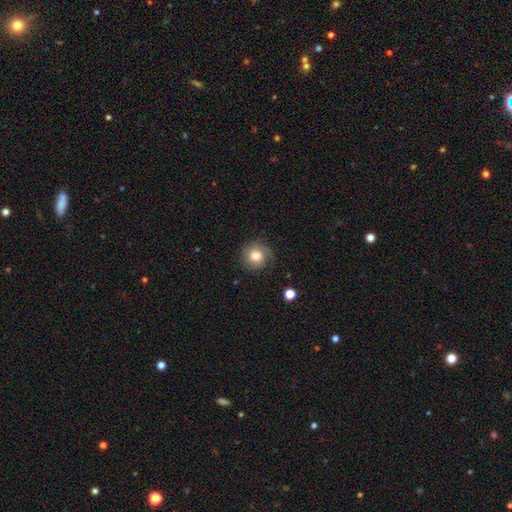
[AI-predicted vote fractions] A smooth galaxy with no disk features (63%) that is round (88%).

Vote fractions:
- Smooth or featured? smooth: 63% / featured or disk: 28% / star or artifact: 9%
- How rounded? round: 88% / in between: 11% / cigar-shaped: 1%
- Merging? none: 72% / minor disturbance: 19% / major disturbance: 8% / merger: 1%